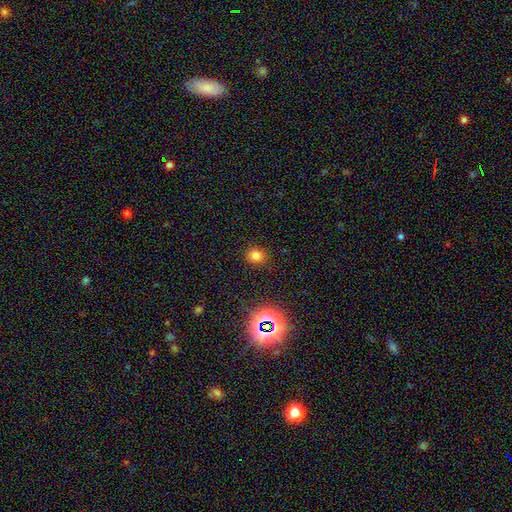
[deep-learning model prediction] smooth-or-featured: smooth: 75% | star or artifact: 19% | featured or disk: 5%
  how-rounded: round: 81% | in between: 18% | cigar-shaped: 1%
  merging: none: 87% | minor disturbance: 8% | major disturbance: 3% | merger: 1%